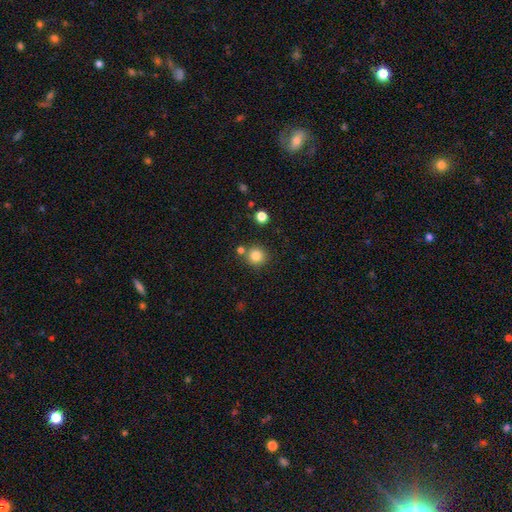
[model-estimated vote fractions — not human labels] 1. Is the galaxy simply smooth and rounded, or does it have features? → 82% smooth, 12% star or artifact, 6% featured or disk.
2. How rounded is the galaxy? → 93% round, 6% in between, 1% cigar-shaped.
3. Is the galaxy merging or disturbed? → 79% none, 10% merger, 8% minor disturbance, 3% major disturbance.